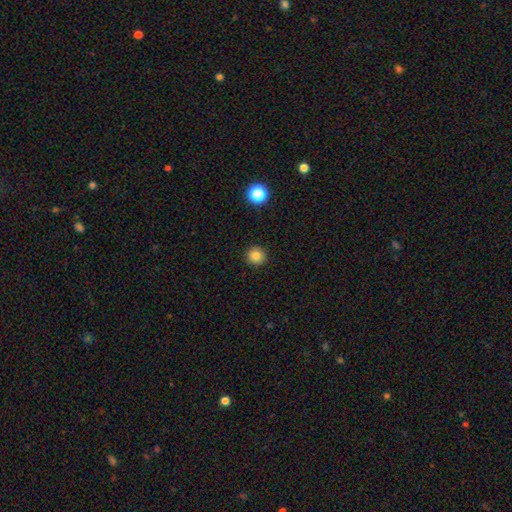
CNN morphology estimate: A smooth galaxy with no disk features (83%) that is round (92%).

Vote fractions:
- Smooth or featured? smooth: 83% / star or artifact: 12% / featured or disk: 5%
- How rounded? round: 92% / in between: 7% / cigar-shaped: 1%
- Merging? none: 92% / minor disturbance: 5% / major disturbance: 2% / merger: 1%